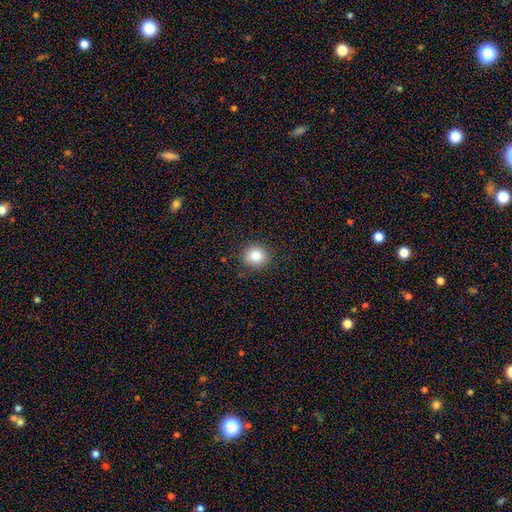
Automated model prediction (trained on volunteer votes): This is clearly a smooth galaxy (81%). How rounded: clearly round (86%). Merging: clearly none (90%).